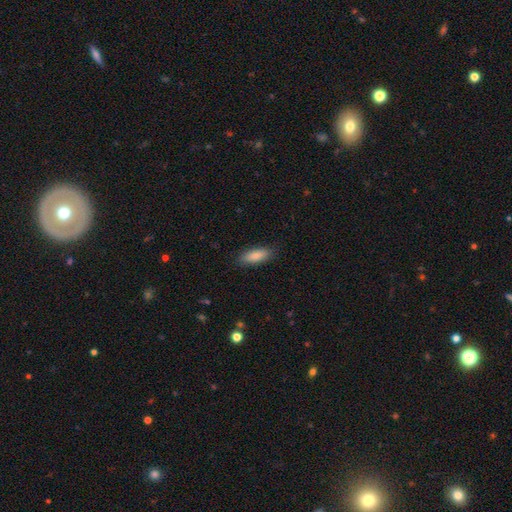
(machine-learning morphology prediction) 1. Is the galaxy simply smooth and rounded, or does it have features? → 86% smooth, 7% featured or disk, 6% star or artifact.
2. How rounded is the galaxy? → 72% in between, 26% cigar-shaped, 2% round.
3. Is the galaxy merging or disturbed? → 87% none, 10% minor disturbance, 2% major disturbance, 1% merger.